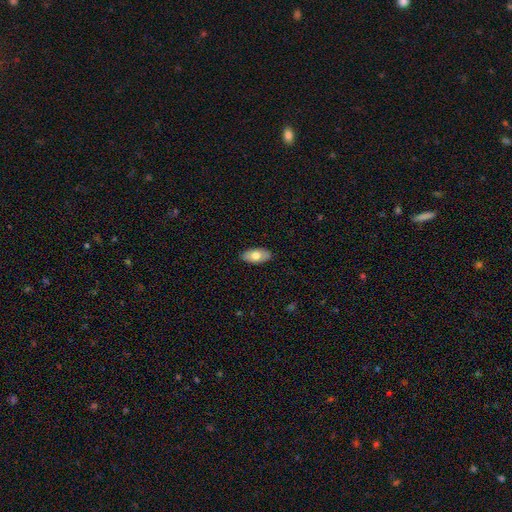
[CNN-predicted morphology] A smooth galaxy with no disk features (72%) that is in between round and cigar-shaped (94%). Merging: none (89%).